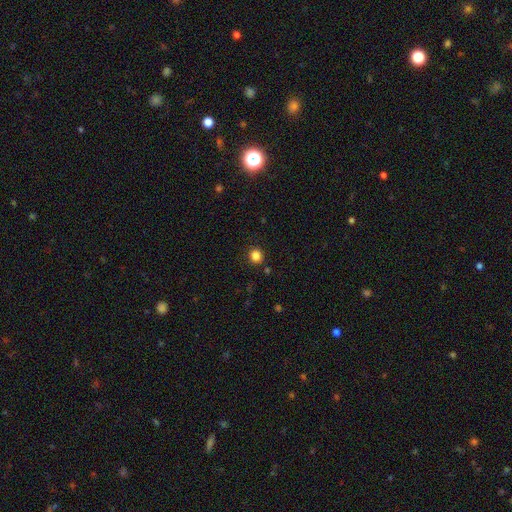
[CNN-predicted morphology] The model was most divided on "smooth or featured": smooth: 84%, star or artifact: 12%, featured or disk: 4%. More confident: merging — none (90%); how rounded — round (86%).